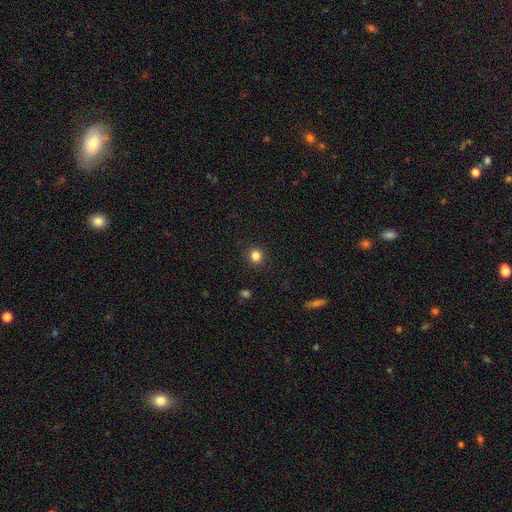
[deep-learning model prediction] The model was most divided on "smooth or featured": smooth: 84%, star or artifact: 12%, featured or disk: 4%. More confident: merging — none (91%); how rounded — round (89%).